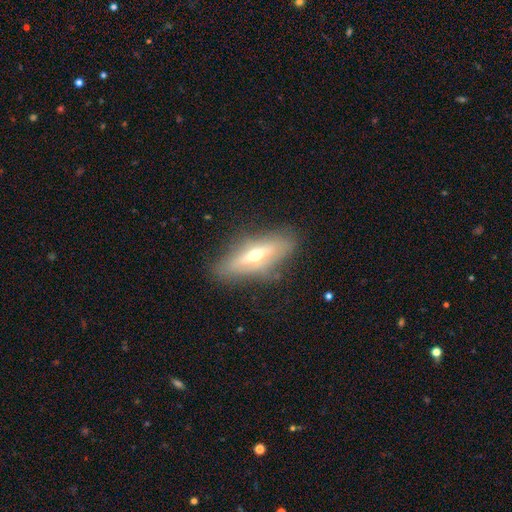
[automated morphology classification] Smooth or featured?
  - featured or disk: 57% *
  - smooth: 35%
  - star or artifact: 8%
Edge-on disk?
  - yes: 73% *
  - no: 27%
Merging?
  - none: 80% *
  - minor disturbance: 14%
  - major disturbance: 5%
  - merger: 2%